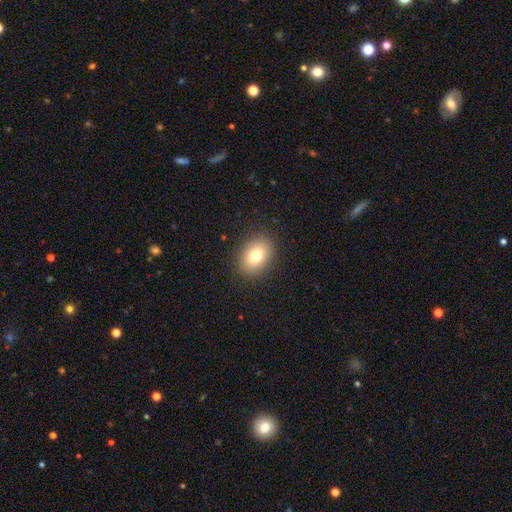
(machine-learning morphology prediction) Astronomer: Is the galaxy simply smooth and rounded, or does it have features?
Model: smooth — 77%.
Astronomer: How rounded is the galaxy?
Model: in between — 65%.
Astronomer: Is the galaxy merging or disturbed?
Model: none — 89%.